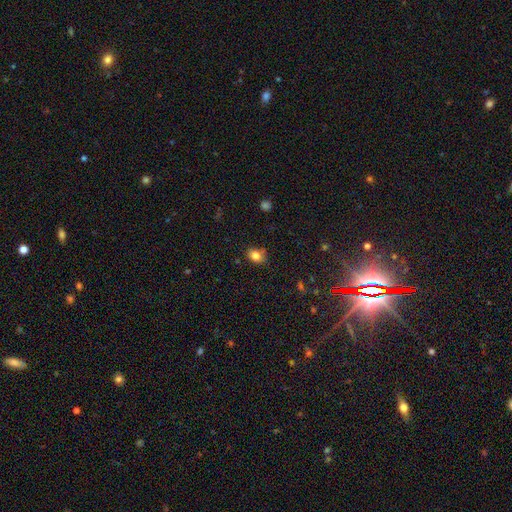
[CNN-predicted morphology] Smooth or featured: smooth — 81% (star or artifact — 11%)
How rounded: in between — 62% (round — 37%)
Merging: none — 74% (minor disturbance — 17%)